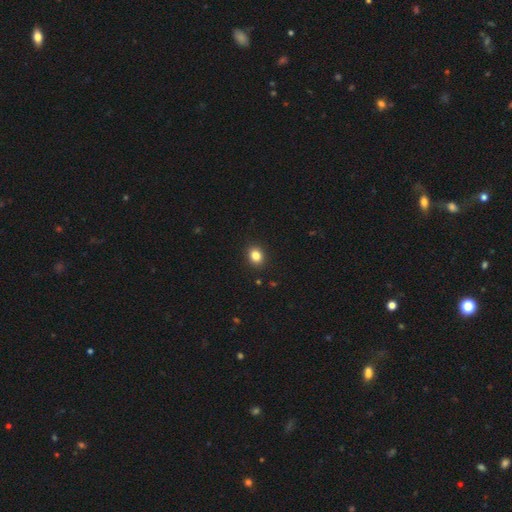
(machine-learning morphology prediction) A smooth galaxy with no disk features (84%) that is round (55%). Merging: none (91%).